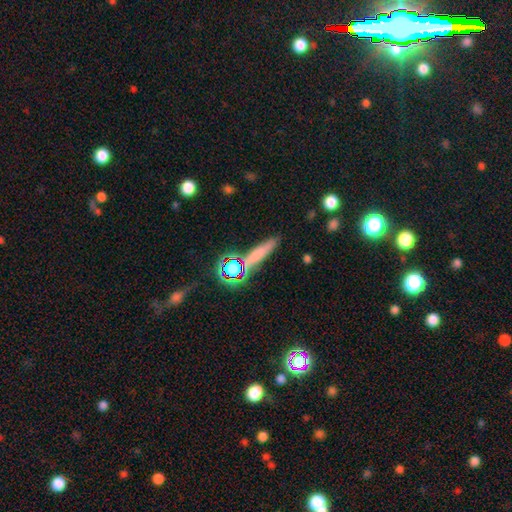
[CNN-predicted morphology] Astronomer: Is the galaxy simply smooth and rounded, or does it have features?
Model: smooth — 60%.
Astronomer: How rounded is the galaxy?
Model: cigar-shaped — 78%.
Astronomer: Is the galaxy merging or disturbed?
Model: none — 77%.